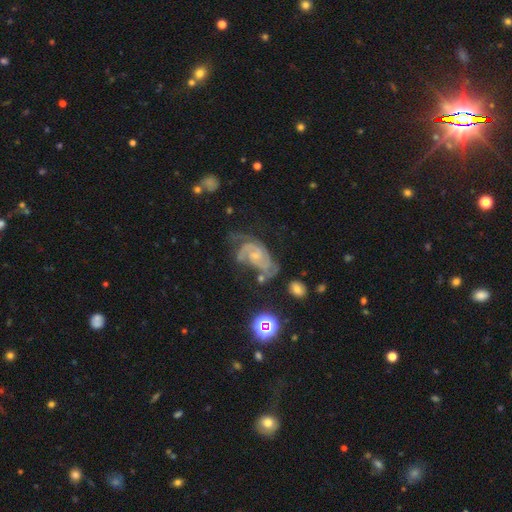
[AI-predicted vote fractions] A featured or disk galaxy (82%) with no bar (57%), 2 (57%) medium (43%, tied with tight) spiral arms (94%) and a small central bulge (64%).

Vote fractions:
- Smooth or featured? featured or disk: 82% / star or artifact: 9% / smooth: 9%
- Edge-on disk? no: 97% / yes: 3%
- Bar? no: 57% / weak: 36% / strong: 8%
- Spiral arms? yes: 94% / no: 6%
- Spiral winding? medium: 43% (tied) / tight: 43% (tied) / loose: 14%
- Spiral arm count? 2: 57% / can't tell: 18% / 3: 13% / 1: 5% / 4: 3% / more than 4: 3%
- Bulge size? small: 64% / moderate: 25% / none: 9% / large: 2% / dominant: 1%
- Merging? none: 42% / major disturbance: 26% / minor disturbance: 25% / merger: 7%